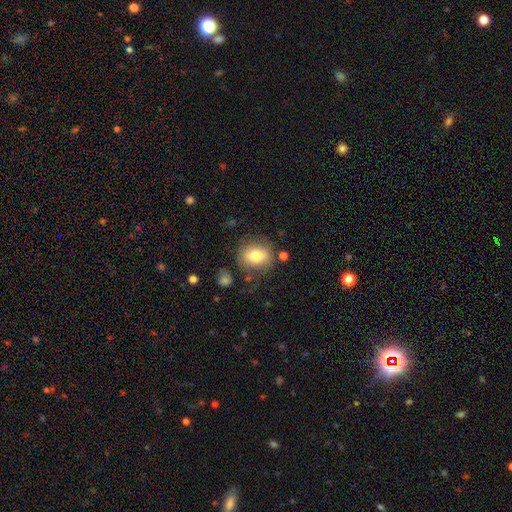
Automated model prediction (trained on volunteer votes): This is likely a smooth galaxy (75%). How rounded: possibly round (56%). Merging: likely none (74%).